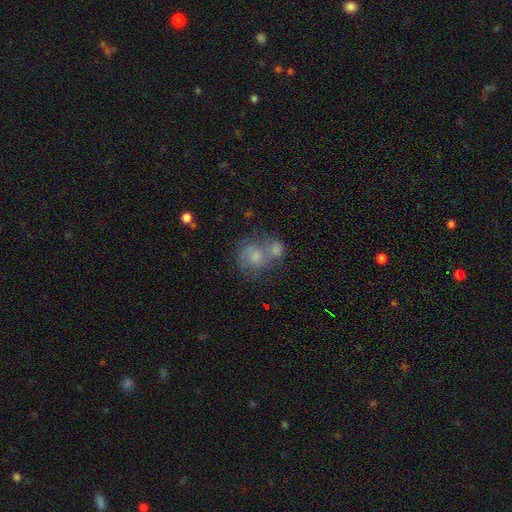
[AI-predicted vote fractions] A smooth galaxy with no disk features (49%). Merging: merger (52%).